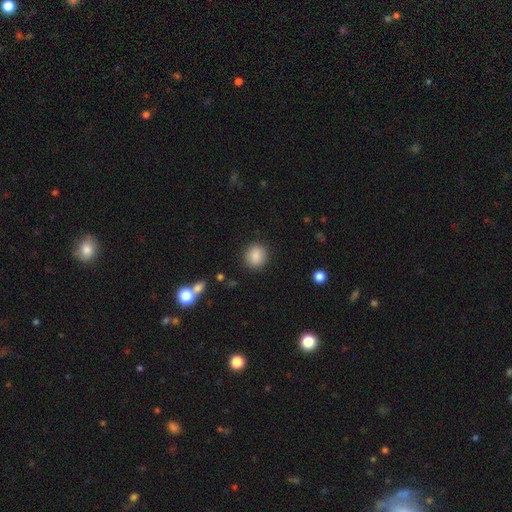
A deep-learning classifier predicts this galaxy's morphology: type=smooth (86%); roundness=round (85%); merging=none (89%).